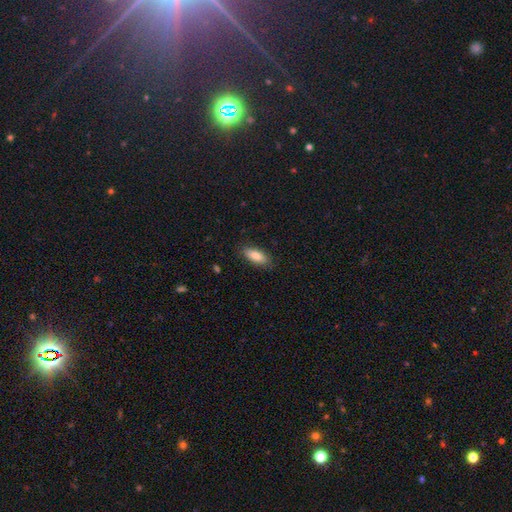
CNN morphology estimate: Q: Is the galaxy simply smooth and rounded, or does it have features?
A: smooth — 83%.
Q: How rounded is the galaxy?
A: in between — 80%.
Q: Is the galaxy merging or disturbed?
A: none — 85%.